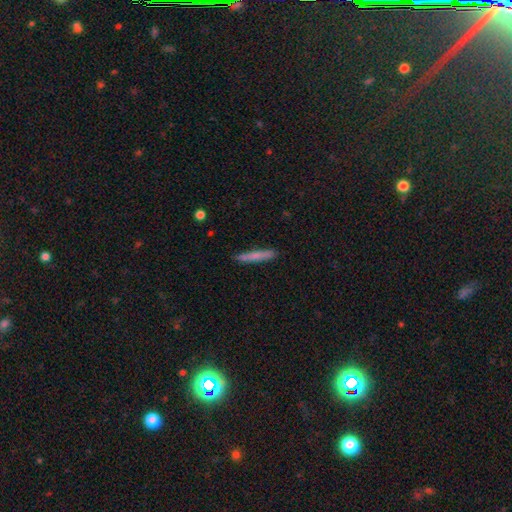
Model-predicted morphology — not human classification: Smooth or featured? smooth (71%)
How rounded? cigar-shaped (95%)
Merging? none (87%)